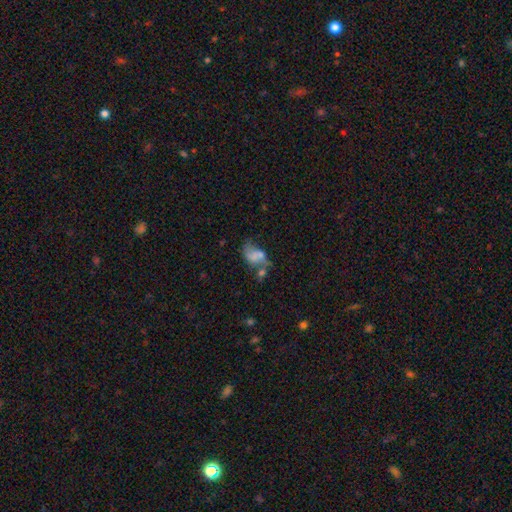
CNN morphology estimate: smooth-or-featured: smooth: 48% | featured or disk: 39% | star or artifact: 13%
  merging: merger: 32% | major disturbance: 26% | none: 24% | minor disturbance: 19%